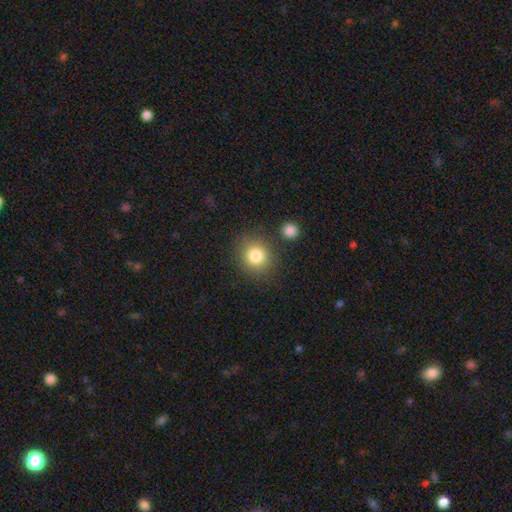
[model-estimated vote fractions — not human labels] The model was most divided on "how rounded": round: 82%, in between: 17%, cigar-shaped: 1%. More confident: smooth or featured — smooth (81%); merging — none (81%).